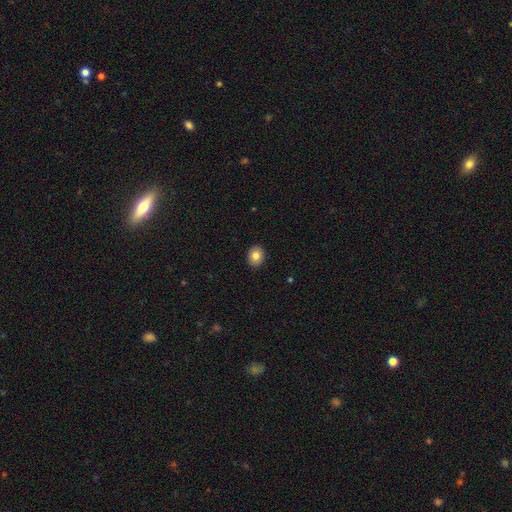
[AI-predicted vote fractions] Smooth or featured? Predicted: smooth (p=0.83). How rounded? Predicted: round (p=0.60). Merging? Predicted: none (p=0.91).